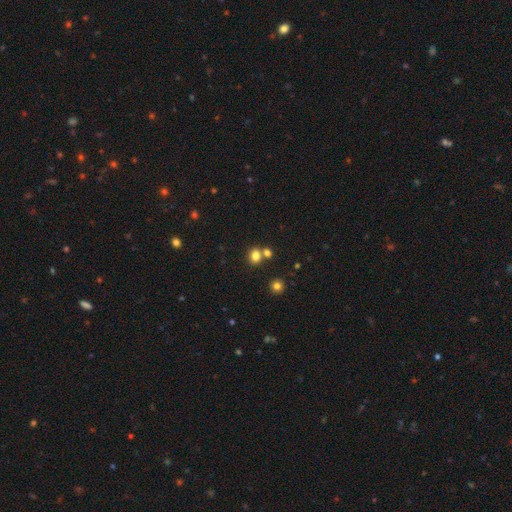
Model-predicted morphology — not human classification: smooth_or_featured: smooth (p=0.80) [alt: star or artifact p=0.13]
how_rounded: round (p=0.56) [alt: in between p=0.42]
merging: none (p=0.62) [alt: merger p=0.26]